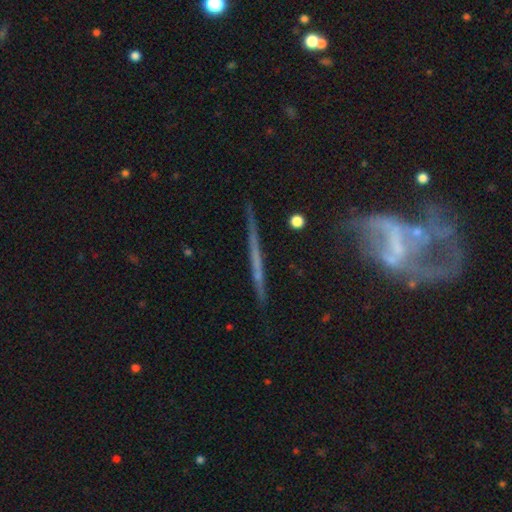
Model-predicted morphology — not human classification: Smooth or featured? Predicted: featured or disk (p=0.61). Edge-on disk? Predicted: yes (p=0.93). Edge-on bulge? Predicted: none (p=0.87). Merging? Predicted: none (p=0.83).